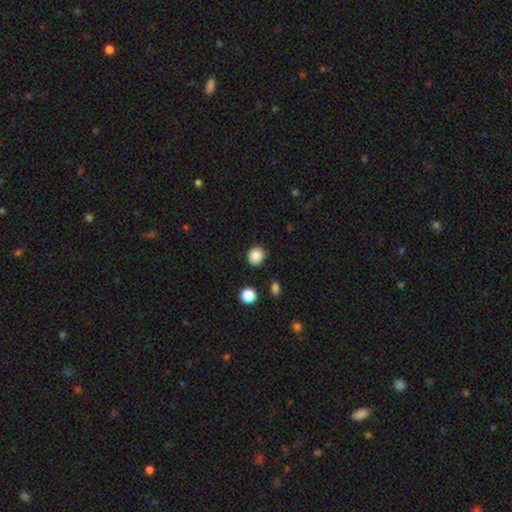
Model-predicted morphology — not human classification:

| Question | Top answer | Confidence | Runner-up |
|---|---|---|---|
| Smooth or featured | smooth | 87% | star or artifact (10%) |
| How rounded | round | 81% | in between (18%) |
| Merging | none | 88% | minor disturbance (8%) |